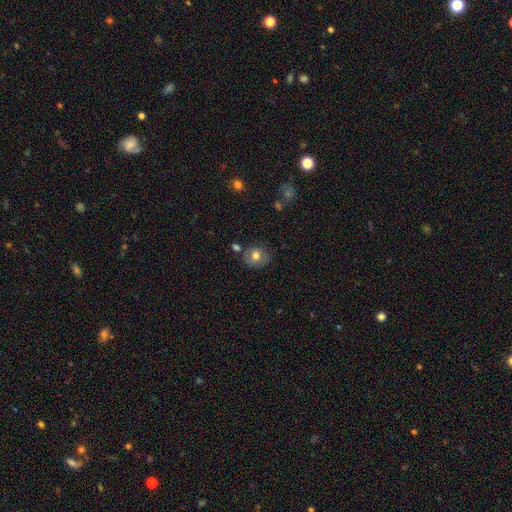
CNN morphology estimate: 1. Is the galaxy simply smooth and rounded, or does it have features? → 72% smooth, 19% featured or disk, 9% star or artifact.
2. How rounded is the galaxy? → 78% round, 21% in between, 1% cigar-shaped.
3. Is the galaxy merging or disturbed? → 76% none, 14% minor disturbance, 6% merger, 3% major disturbance.